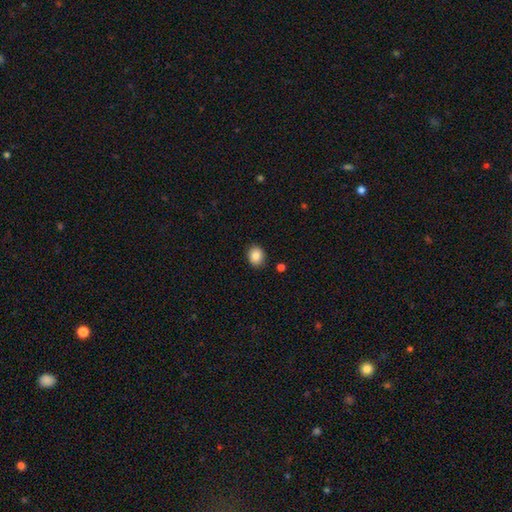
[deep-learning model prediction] This appears to be a smooth galaxy with no disk features (87%) that is round (61%). Merging: none (88%).